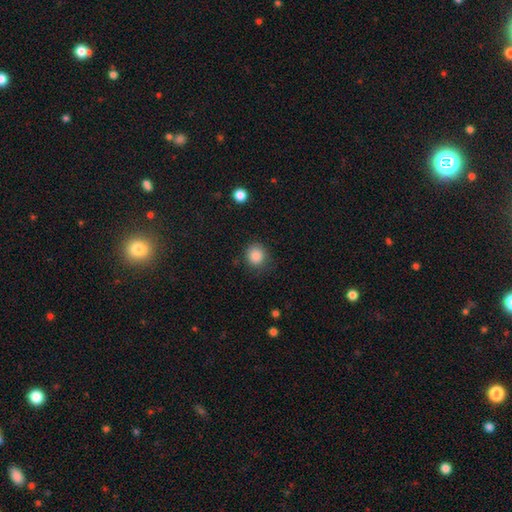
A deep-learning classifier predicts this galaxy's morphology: Smooth or featured?
  - smooth: 86% *
  - star or artifact: 10%
  - featured or disk: 4%
How rounded?
  - round: 86% *
  - in between: 14%
  - cigar-shaped: 1%
Merging?
  - none: 79% *
  - minor disturbance: 15%
  - major disturbance: 5%
  - merger: 1%